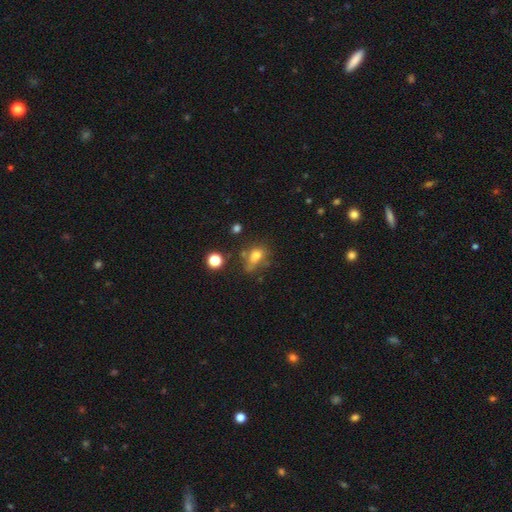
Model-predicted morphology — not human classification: This appears to be a smooth galaxy with no disk features (68%) that is in between round and cigar-shaped (66%). Merging: none (42%).